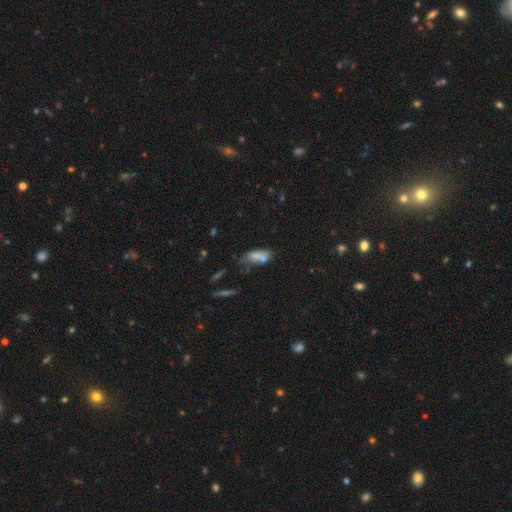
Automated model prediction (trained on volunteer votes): A smooth galaxy with no disk features (62%) that is in between round and cigar-shaped (72%). Merging: none (36%).